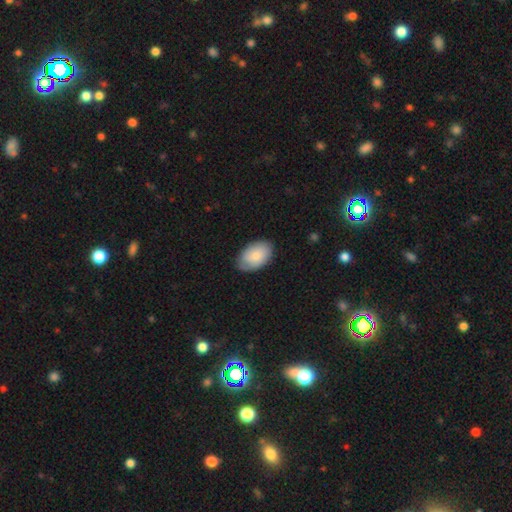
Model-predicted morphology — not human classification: type=smooth (75%); roundness=in between (90%); merging=none (80%).